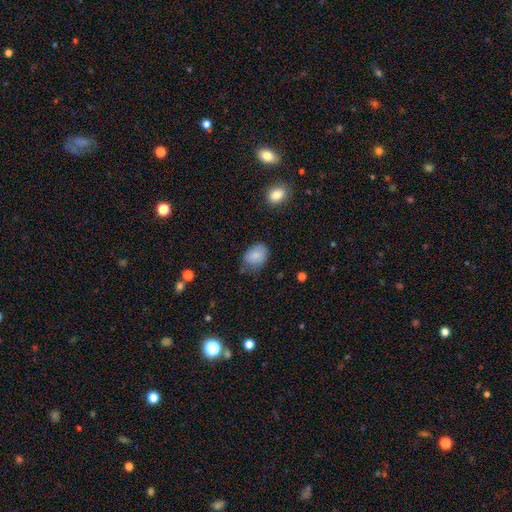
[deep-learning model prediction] smooth_or_featured: smooth (p=0.85) [alt: star or artifact p=0.08]
how_rounded: in between (p=0.77) [alt: round p=0.22]
merging: none (p=0.64) [alt: minor disturbance p=0.27]